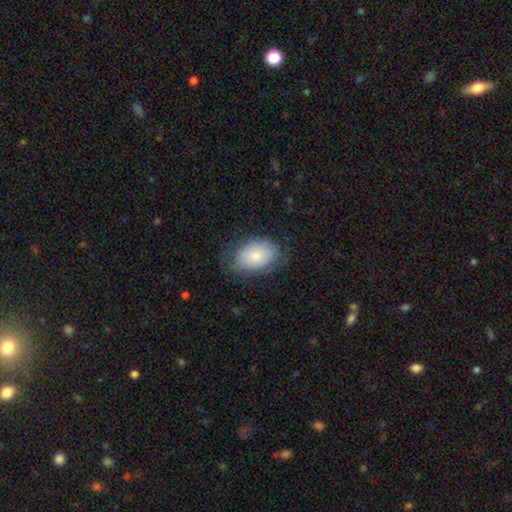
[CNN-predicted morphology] Smooth or featured: smooth — 73% (featured or disk — 20%)
How rounded: in between — 80% (round — 19%)
Merging: none — 67% (minor disturbance — 23%)